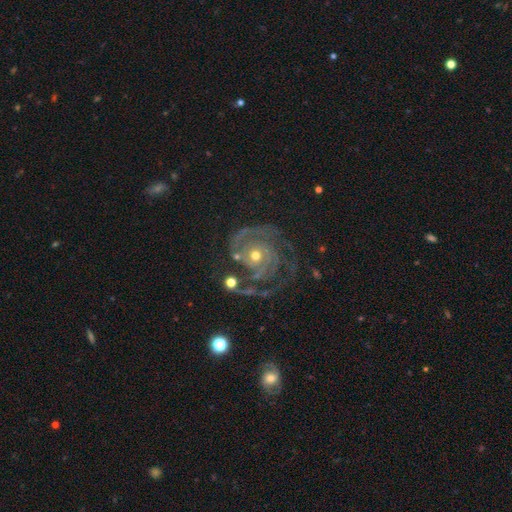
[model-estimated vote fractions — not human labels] Q: Smooth or featured?
A: featured or disk (90%); runner-up: star or artifact (5%)
Q: Edge-on disk?
A: no (98%); runner-up: yes (2%)
Q: Bar?
A: no (80%); runner-up: weak (15%)
Q: Spiral arms?
A: yes (97%); runner-up: no (3%)
Q: Spiral winding?
A: tight (67%); runner-up: medium (26%)
Q: Spiral arm count?
A: 2 (32%); runner-up: 3 (28%)
Q: Bulge size?
A: moderate (56%); runner-up: small (40%)
Q: Merging?
A: none (58%); runner-up: minor disturbance (19%)